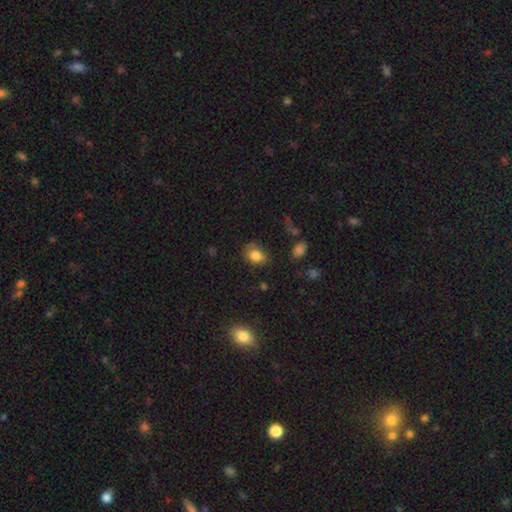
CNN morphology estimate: Smooth or featured? smooth (81%)
How rounded? in between (58%)
Merging? none (67%)